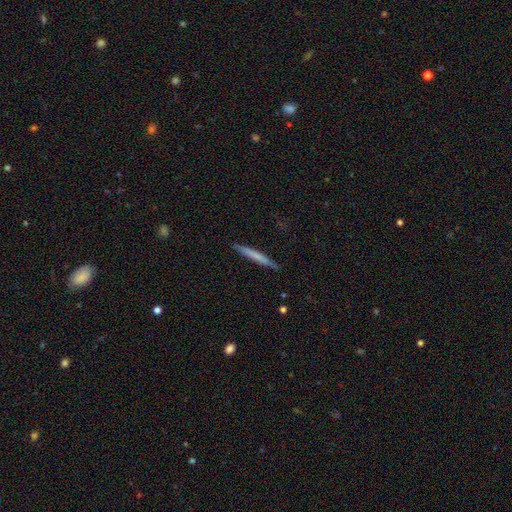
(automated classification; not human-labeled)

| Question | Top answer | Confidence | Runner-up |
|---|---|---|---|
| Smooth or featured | smooth | 64% | featured or disk (31%) |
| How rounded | cigar-shaped | 97% | in between (2%) |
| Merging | none | 89% | minor disturbance (9%) |